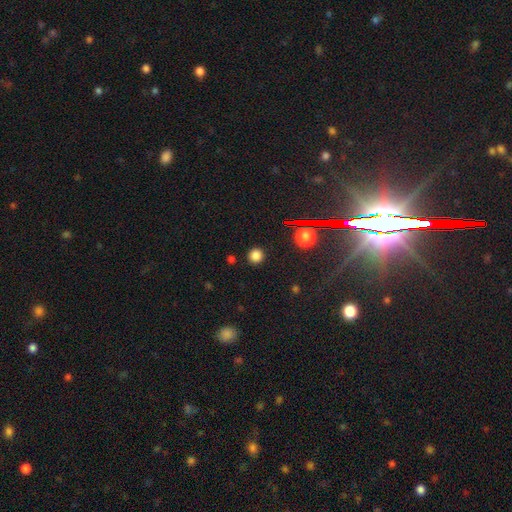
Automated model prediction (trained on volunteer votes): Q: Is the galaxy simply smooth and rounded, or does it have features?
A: smooth — 80%.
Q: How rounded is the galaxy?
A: round — 92%.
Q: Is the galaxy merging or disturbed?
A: none — 90%.